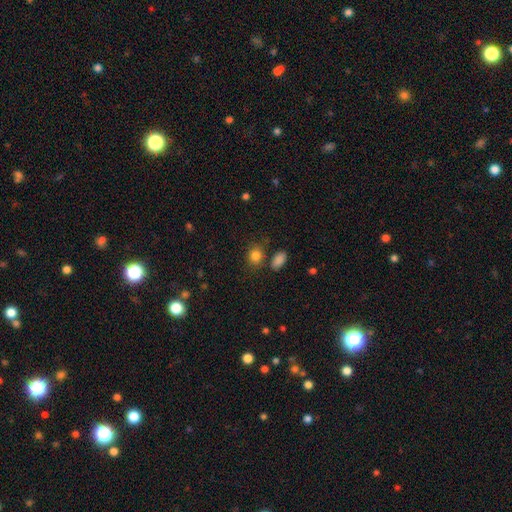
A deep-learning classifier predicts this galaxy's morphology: Smooth or featured?
  - smooth: 83% *
  - star or artifact: 11%
  - featured or disk: 6%
How rounded?
  - round: 56% *
  - in between: 42%
  - cigar-shaped: 1%
Merging?
  - none: 72% *
  - minor disturbance: 13%
  - merger: 10%
  - major disturbance: 5%